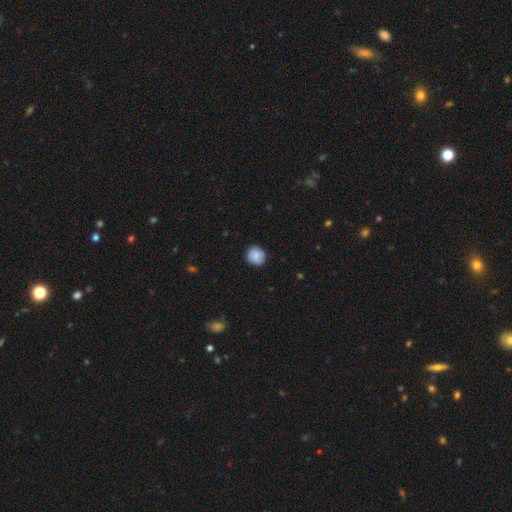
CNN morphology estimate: A smooth galaxy with no disk features (83%) that is round (88%). Merging: none (87%).